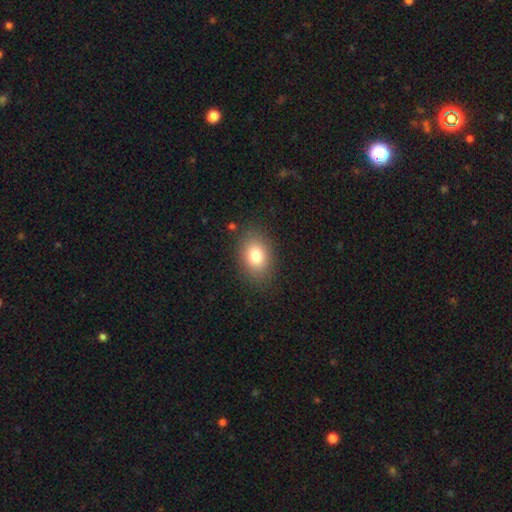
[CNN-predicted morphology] A smooth galaxy with no disk features (81%) that is in between round and cigar-shaped (77%).

Vote fractions:
- Smooth or featured? smooth: 81% / featured or disk: 10% / star or artifact: 10%
- How rounded? in between: 77% / round: 22% / cigar-shaped: 1%
- Merging? none: 84% / minor disturbance: 10% / major disturbance: 4% / merger: 1%